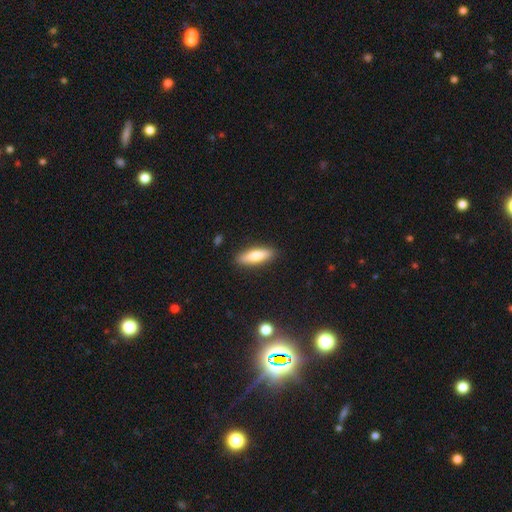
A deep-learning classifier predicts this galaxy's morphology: Q: Smooth or featured?
A: smooth (76%); runner-up: featured or disk (18%)
Q: How rounded?
A: cigar-shaped (54%); runner-up: in between (44%)
Q: Merging?
A: none (88%); runner-up: minor disturbance (8%)